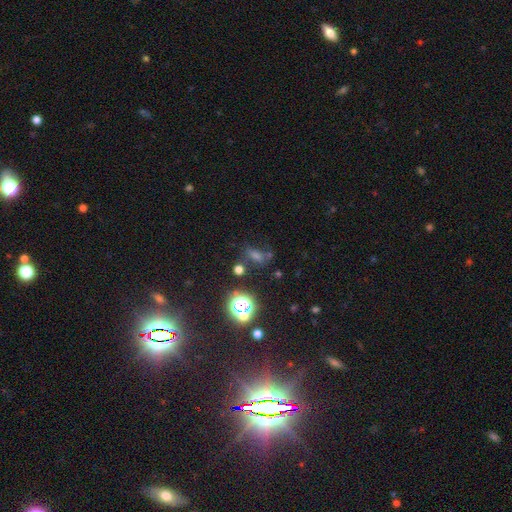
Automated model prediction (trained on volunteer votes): This is possibly a star or artifact rather than a galaxy (49%).